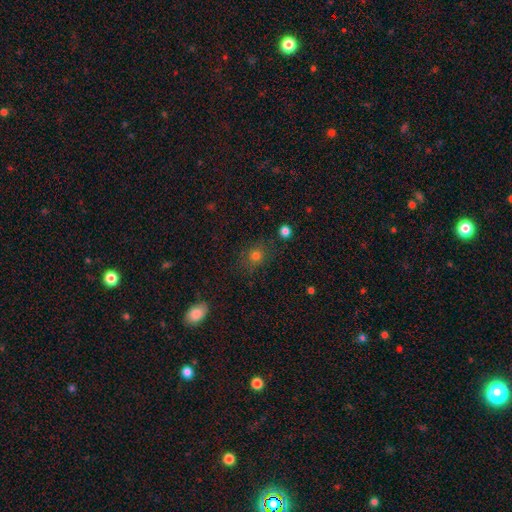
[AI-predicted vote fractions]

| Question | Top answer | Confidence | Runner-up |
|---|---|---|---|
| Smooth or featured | smooth | 71% | star or artifact (20%) |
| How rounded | round | 66% | in between (33%) |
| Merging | none | 81% | minor disturbance (13%) |